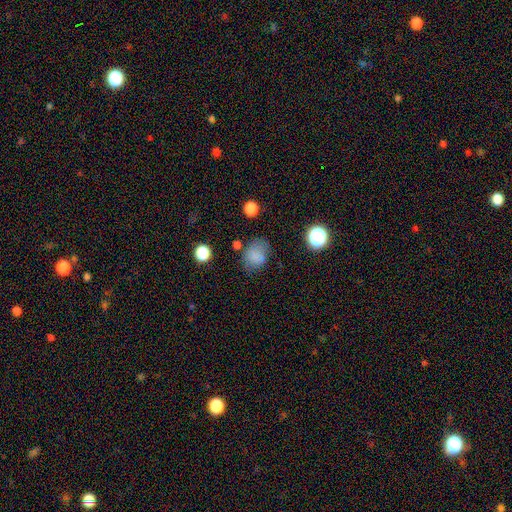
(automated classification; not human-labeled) Smooth or featured? Predicted: smooth (p=0.78). How rounded? Predicted: round (p=0.59). Merging? Predicted: none (p=0.61).